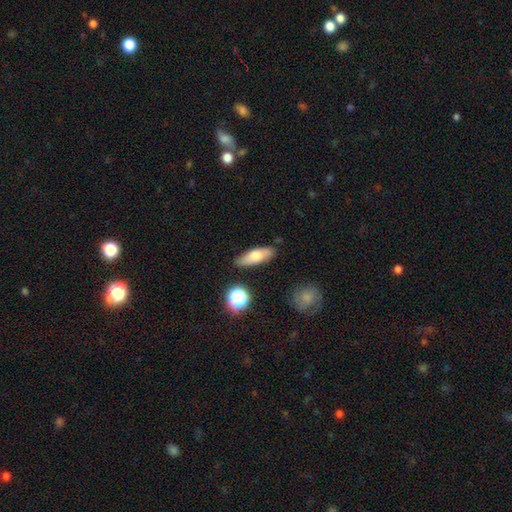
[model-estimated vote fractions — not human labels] smooth-or-featured: smooth: 68% | featured or disk: 23% | star or artifact: 9%
  how-rounded: in between: 57% | cigar-shaped: 39% | round: 4%
  merging: none: 80% | minor disturbance: 13% | major disturbance: 3% | merger: 3%